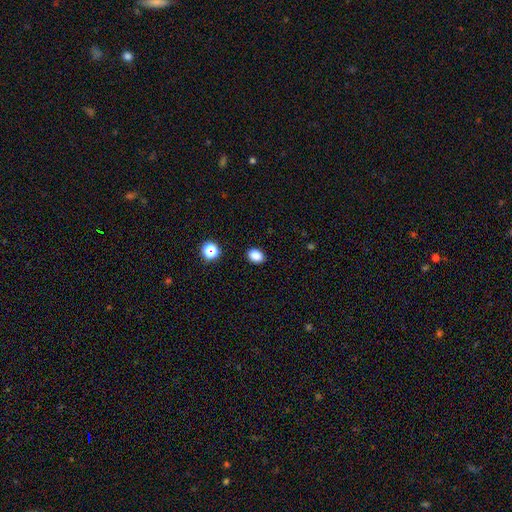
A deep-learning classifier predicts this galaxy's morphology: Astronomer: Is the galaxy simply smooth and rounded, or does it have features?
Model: smooth — 85%.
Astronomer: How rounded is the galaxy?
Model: in between — 71%.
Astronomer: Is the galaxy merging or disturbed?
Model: none — 89%.